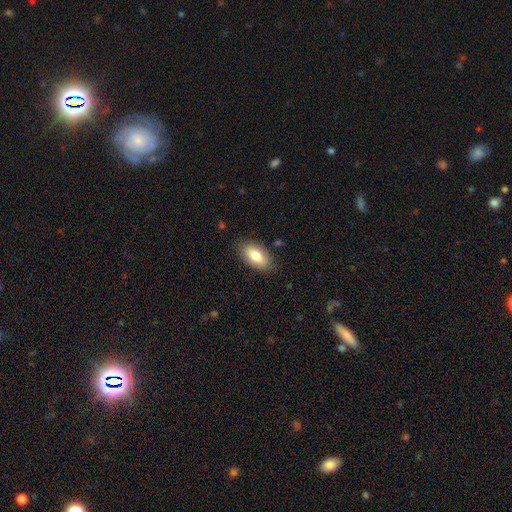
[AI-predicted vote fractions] Overall: smooth (80%). How rounded: in between (92%). Merging: none (83%).